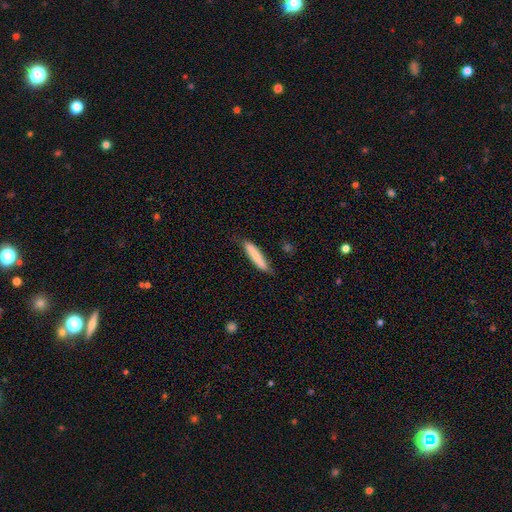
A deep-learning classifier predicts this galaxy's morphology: This is likely a smooth galaxy (79%). How rounded: clearly cigar-shaped (89%). Merging: likely none (77%).